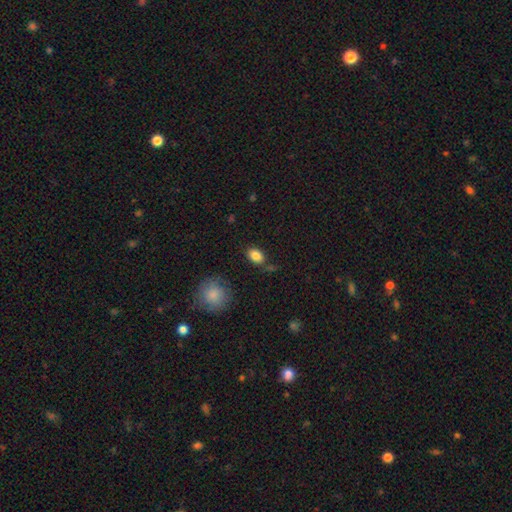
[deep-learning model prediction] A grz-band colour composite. It shows a smooth galaxy with no disk features (85%) that is in between round and cigar-shaped (78%). Merging: none (75%).